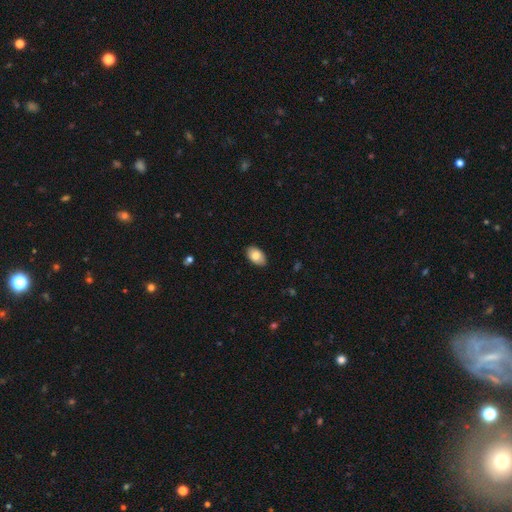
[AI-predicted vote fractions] smooth-or-featured: smooth: 84% | featured or disk: 9% | star or artifact: 7%
  how-rounded: in between: 93% | round: 6% | cigar-shaped: 1%
  merging: none: 87% | minor disturbance: 10% | major disturbance: 2% | merger: 1%